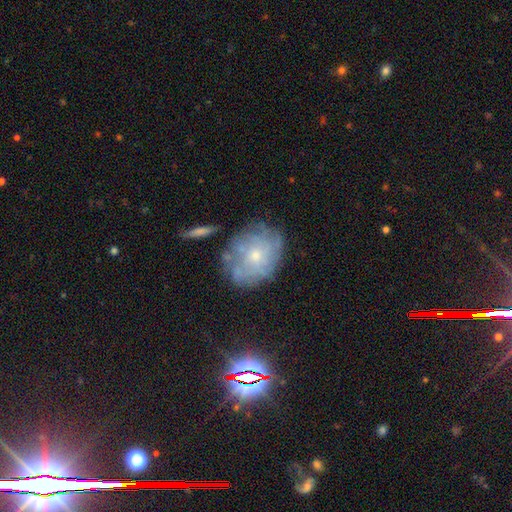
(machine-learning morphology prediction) A featured or disk galaxy (60%) with no bar (84%), spiral arms (68%) and a small central bulge (65%). Merging: none (67%).